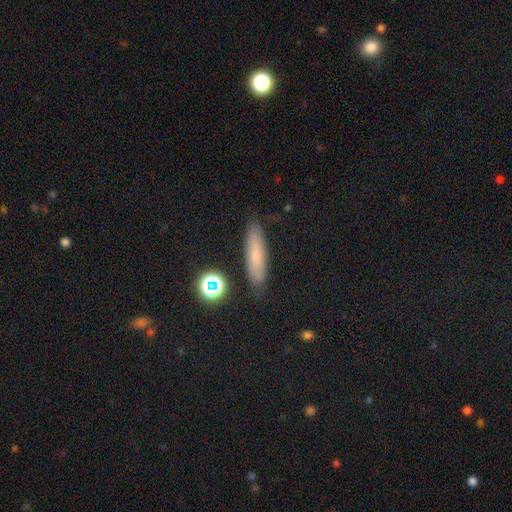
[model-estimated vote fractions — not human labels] The model was most divided on "smooth or featured": smooth: 68%, featured or disk: 19%, star or artifact: 13%. More confident: merging — none (85%); how rounded — cigar-shaped (75%).